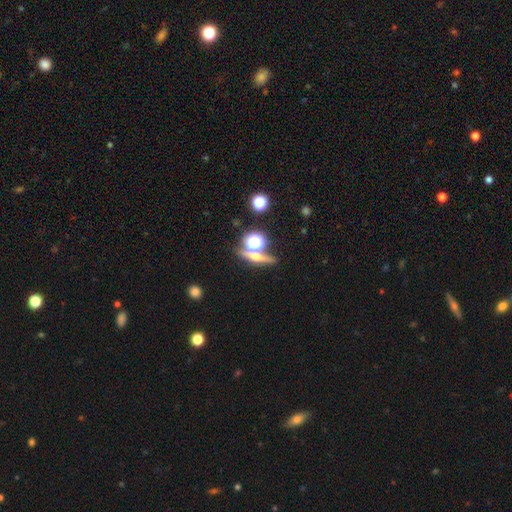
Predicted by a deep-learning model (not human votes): smooth_or_featured: featured or disk (p=0.42) [alt: smooth p=0.32]
merging: none (p=0.72) [alt: merger p=0.15]